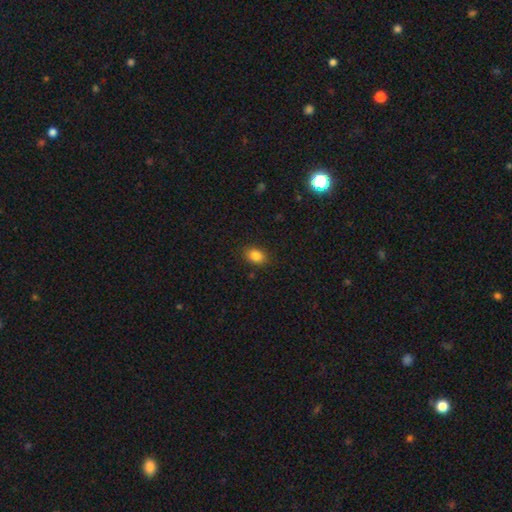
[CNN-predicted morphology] This is clearly a smooth galaxy (85%). How rounded: likely in between (70%). Merging: clearly none (87%).